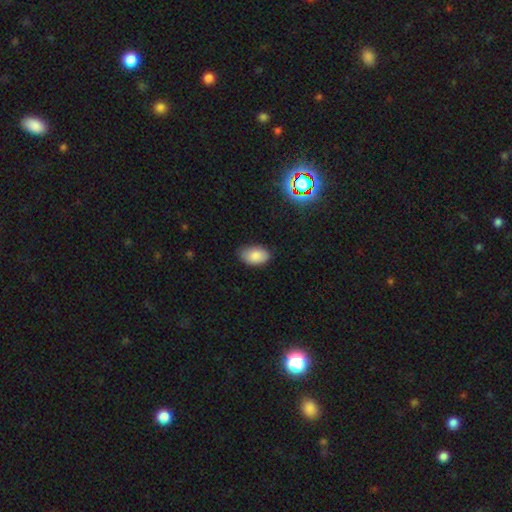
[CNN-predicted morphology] Smooth or featured? smooth (85%)
How rounded? in between (92%)
Merging? none (80%)